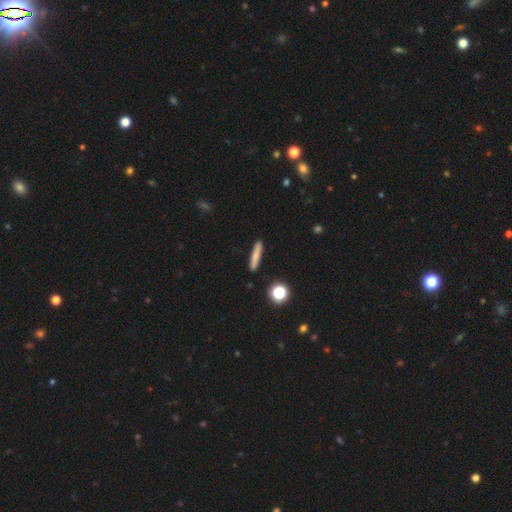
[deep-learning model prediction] smooth_or_featured: smooth (p=0.75) [alt: featured or disk p=0.16]
how_rounded: cigar-shaped (p=0.91) [alt: in between p=0.06]
merging: none (p=0.90) [alt: minor disturbance p=0.07]